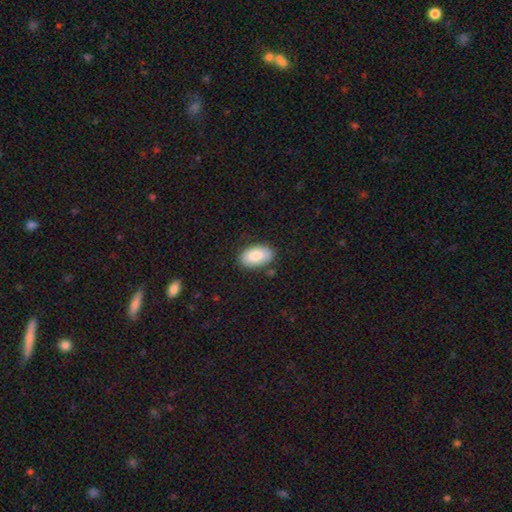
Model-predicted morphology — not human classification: Smooth or featured? smooth (84%)
How rounded? in between (94%)
Merging? none (84%)